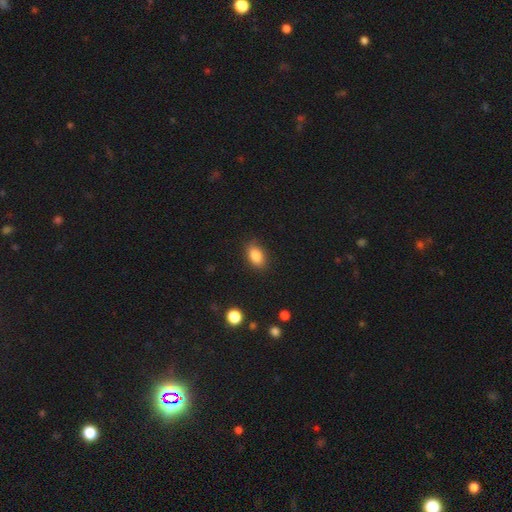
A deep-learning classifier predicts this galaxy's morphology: Smooth or featured: smooth — 86% (star or artifact — 8%)
How rounded: in between — 87% (round — 11%)
Merging: none — 84% (minor disturbance — 12%)